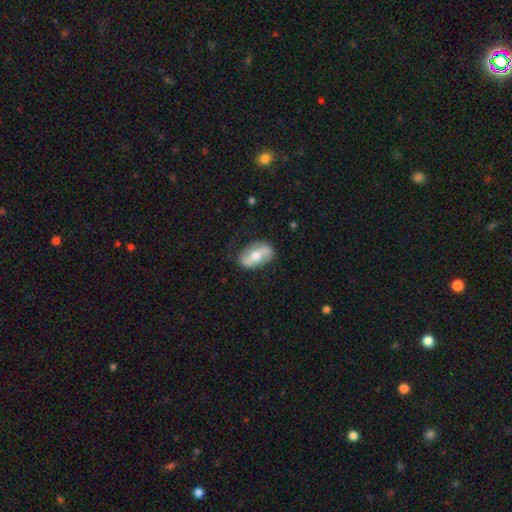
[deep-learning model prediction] Q: Smooth or featured?
A: featured or disk (59%); runner-up: smooth (36%)
Q: Edge-on disk?
A: no (91%); runner-up: yes (9%)
Q: Bar?
A: no (38%); runner-up: weak (32%)
Q: Spiral arms?
A: yes (71%); runner-up: no (29%)
Q: Bulge size?
A: moderate (73%); runner-up: small (19%)
Q: Merging?
A: none (80%); runner-up: minor disturbance (15%)